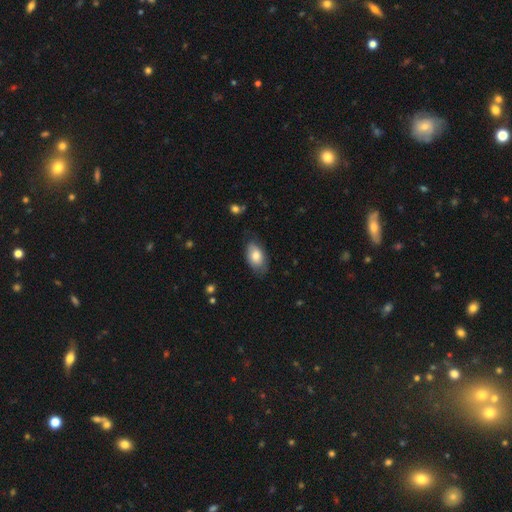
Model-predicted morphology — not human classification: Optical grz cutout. It shows a smooth galaxy with no disk features (79%) that is in between round and cigar-shaped (93%). Merging: none (75%).